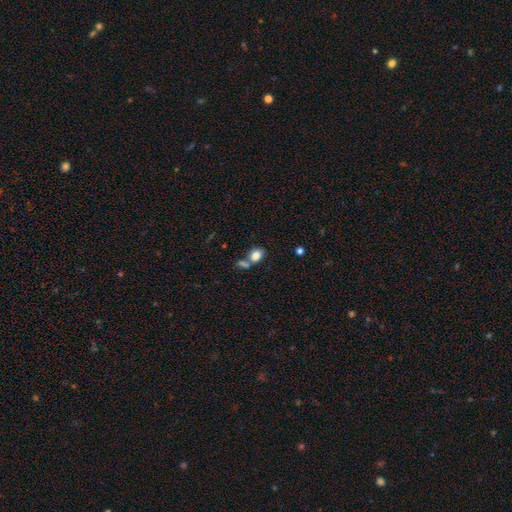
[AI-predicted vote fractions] A smooth galaxy with no disk features (82%) that is in between round and cigar-shaped (68%).

Vote fractions:
- Smooth or featured? smooth: 82% / star or artifact: 10% / featured or disk: 9%
- How rounded? in between: 68% / round: 30% / cigar-shaped: 2%
- Merging? none: 43% / merger: 38% / minor disturbance: 13% / major disturbance: 6%